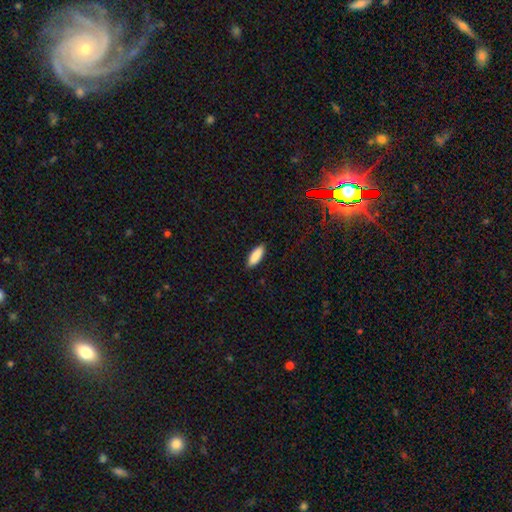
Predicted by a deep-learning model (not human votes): Smooth or featured? smooth (89%)
How rounded? in between (65%)
Merging? none (90%)